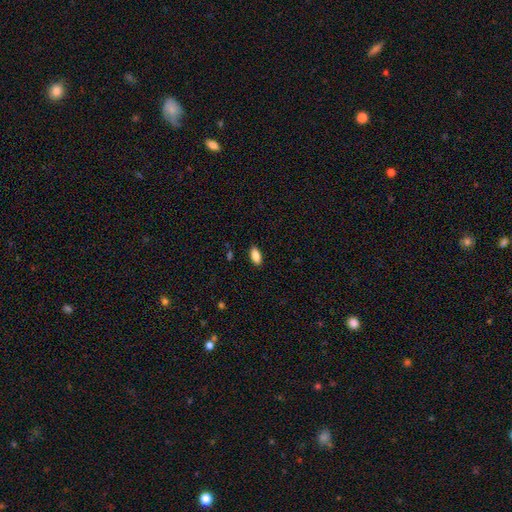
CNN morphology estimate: type=smooth (88%); roundness=in between (91%); merging=none (89%).